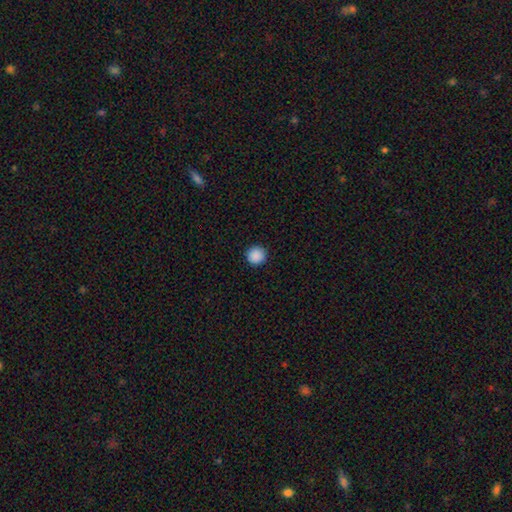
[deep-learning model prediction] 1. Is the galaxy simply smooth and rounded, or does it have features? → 89% smooth, 9% star or artifact, 2% featured or disk.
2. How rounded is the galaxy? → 95% round, 4% in between, 1% cigar-shaped.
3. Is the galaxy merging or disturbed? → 93% none, 4% minor disturbance, 2% major disturbance, 1% merger.